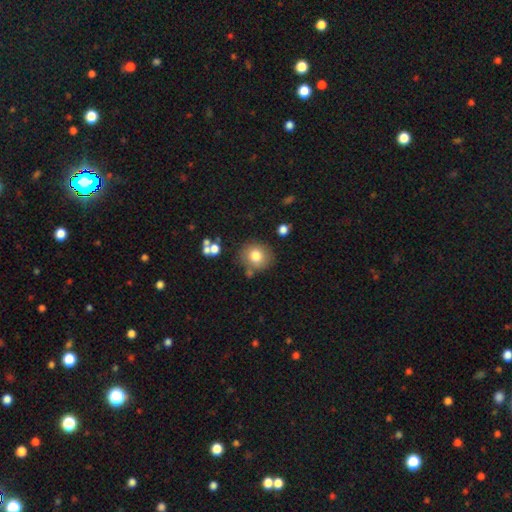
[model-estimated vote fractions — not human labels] Smooth or featured: smooth — 77% (featured or disk — 12%)
How rounded: round — 84% (in between — 15%)
Merging: none — 75% (minor disturbance — 13%)